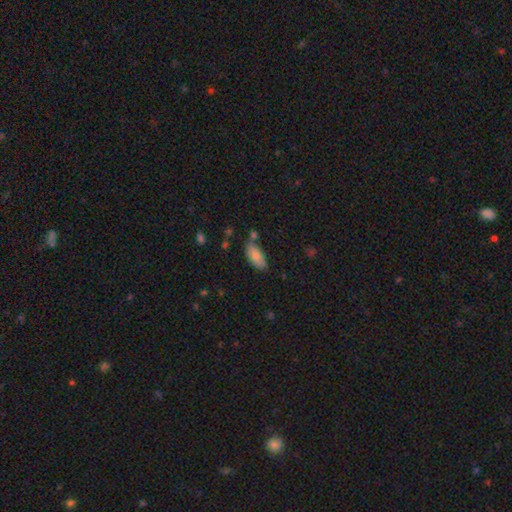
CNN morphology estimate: Smooth or featured: smooth — 83% (featured or disk — 10%)
How rounded: in between — 90% (cigar-shaped — 8%)
Merging: none — 67% (minor disturbance — 20%)